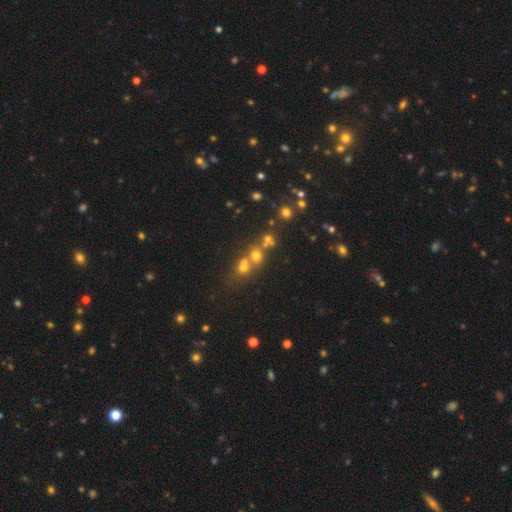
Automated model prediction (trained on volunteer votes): The model was most divided on "merging": merger: 47%, none: 42%, minor disturbance: 7%, major disturbance: 4%. Remaining: smooth or featured — smooth (48%).